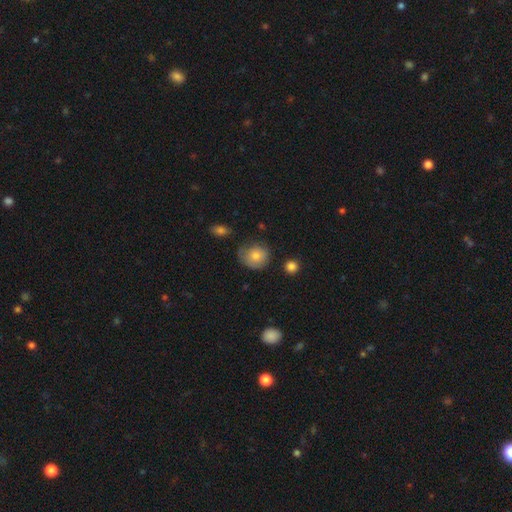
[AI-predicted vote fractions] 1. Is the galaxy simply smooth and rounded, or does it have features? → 76% smooth, 16% featured or disk, 9% star or artifact.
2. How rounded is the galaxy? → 80% round, 19% in between, 1% cigar-shaped.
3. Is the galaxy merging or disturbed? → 56% none, 31% minor disturbance, 10% major disturbance, 3% merger.